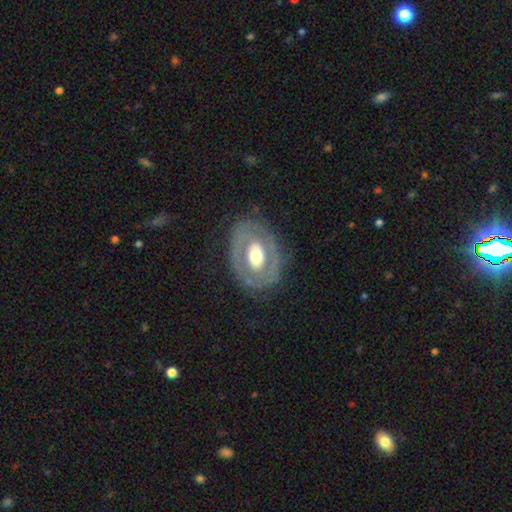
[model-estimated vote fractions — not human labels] featured or disk 63%, smooth 31%, star or artifact 6%. Down the decision tree: edge-on disk — no (93%); bar — no (64%); spiral arms — no (74%); bulge size — moderate (59%); merging — none (74%).